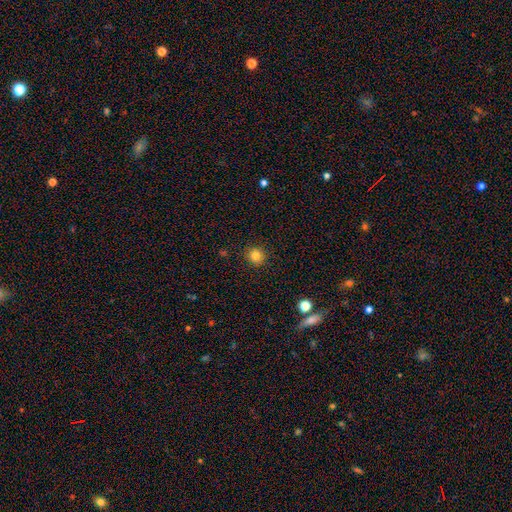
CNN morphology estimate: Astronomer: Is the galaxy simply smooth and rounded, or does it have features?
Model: smooth — 82%.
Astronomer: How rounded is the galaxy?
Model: round — 93%.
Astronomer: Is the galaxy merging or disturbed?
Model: none — 92%.